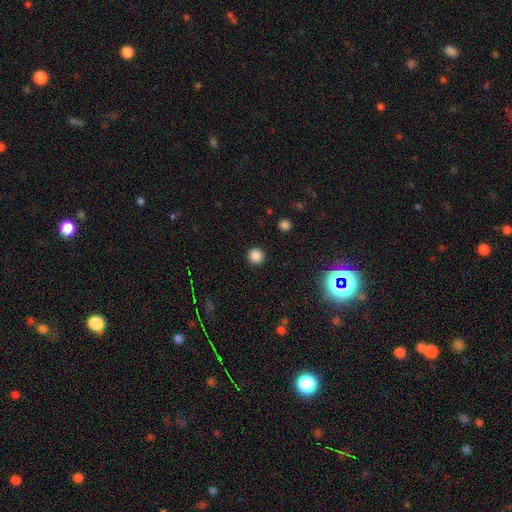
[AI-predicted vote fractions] Smooth or featured: smooth — 85% (star or artifact — 12%)
How rounded: round — 94% (in between — 5%)
Merging: none — 92% (minor disturbance — 5%)